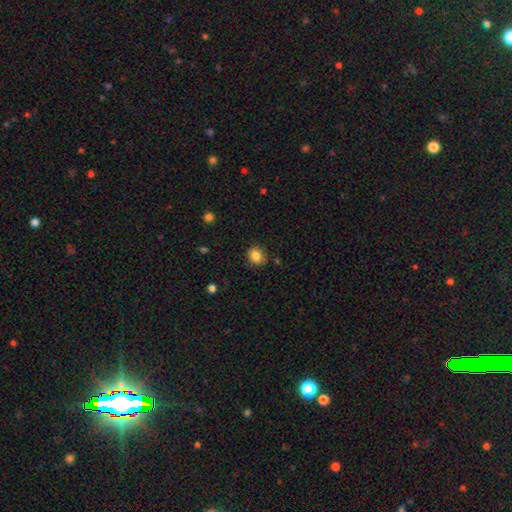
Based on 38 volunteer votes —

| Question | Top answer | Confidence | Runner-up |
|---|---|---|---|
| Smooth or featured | smooth | 84% | featured or disk (8%) |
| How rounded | round | 59% | in between (41%) |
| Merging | none | 80% | minor disturbance (14%) |